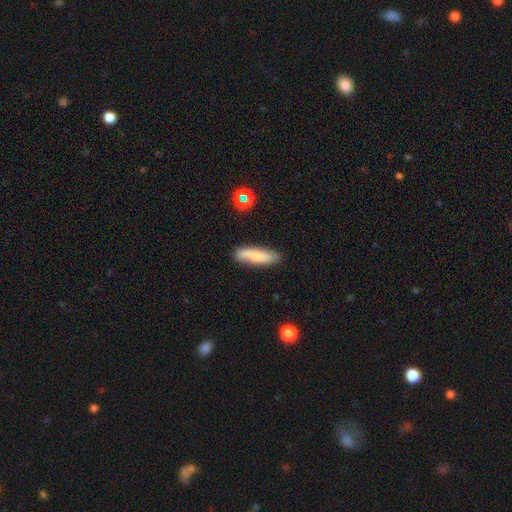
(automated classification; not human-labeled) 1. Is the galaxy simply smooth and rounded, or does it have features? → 69% smooth, 23% featured or disk, 8% star or artifact.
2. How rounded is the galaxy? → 61% cigar-shaped, 37% in between, 2% round.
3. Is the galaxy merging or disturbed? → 73% none, 19% minor disturbance, 4% major disturbance, 3% merger.